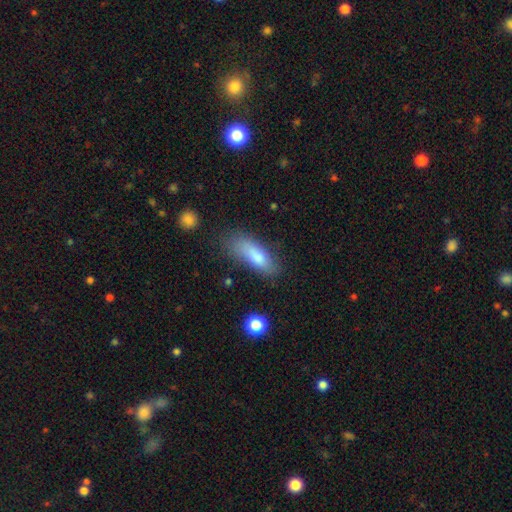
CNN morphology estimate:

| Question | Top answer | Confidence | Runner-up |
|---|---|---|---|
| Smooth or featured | smooth | 78% | featured or disk (14%) |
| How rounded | in between | 55% | cigar-shaped (43%) |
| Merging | none | 60% | minor disturbance (25%) |